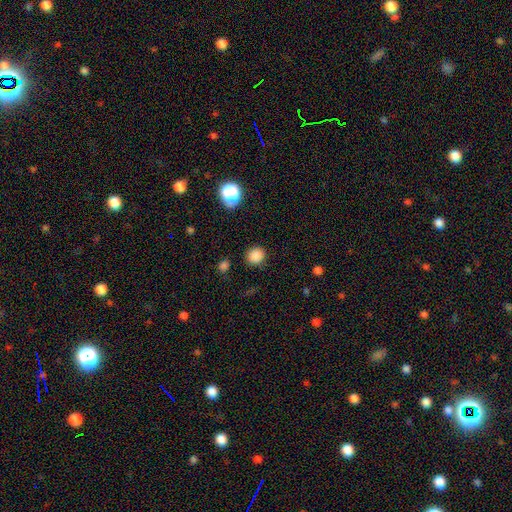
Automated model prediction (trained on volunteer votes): smooth_or_featured: smooth (p=0.85) [alt: star or artifact p=0.11]
how_rounded: round (p=0.82) [alt: in between p=0.17]
merging: none (p=0.88) [alt: minor disturbance p=0.08]